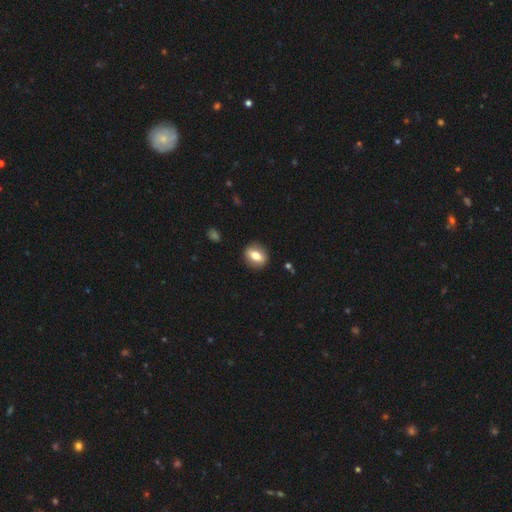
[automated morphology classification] Smooth or featured? smooth (67%)
How rounded? in between (55%)
Merging? none (88%)